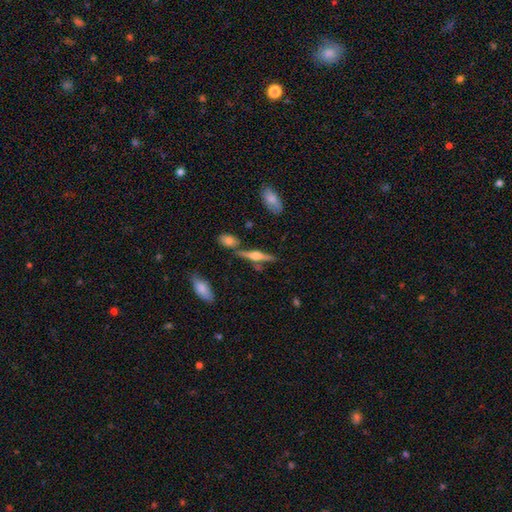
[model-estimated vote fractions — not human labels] This appears to be a featured or disk galaxy (77%) viewed edge-on (97%) with a rounded central bulge (93%). Merging: none (79%).